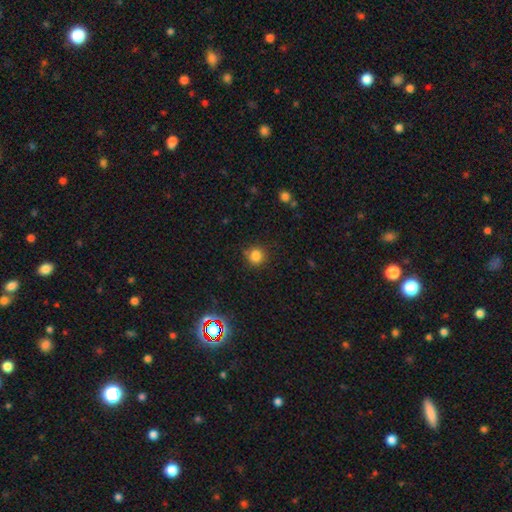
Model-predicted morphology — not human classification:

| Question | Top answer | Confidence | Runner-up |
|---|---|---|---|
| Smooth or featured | smooth | 81% | star or artifact (14%) |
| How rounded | round | 86% | in between (13%) |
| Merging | none | 77% | minor disturbance (15%) |